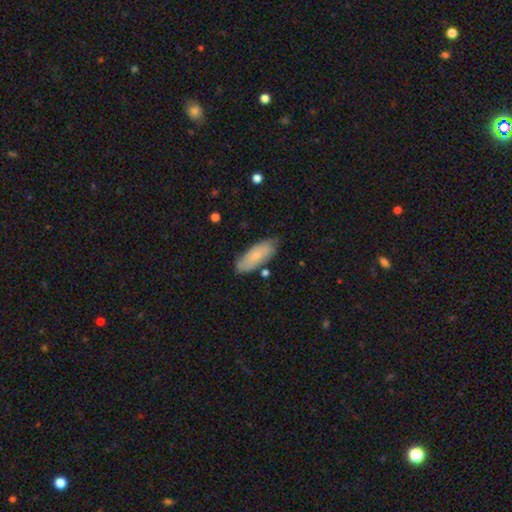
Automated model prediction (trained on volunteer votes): smooth_or_featured: smooth (p=0.68) [alt: featured or disk p=0.26]
how_rounded: in between (p=0.73) [alt: cigar-shaped p=0.25]
merging: none (p=0.74) [alt: minor disturbance p=0.20]